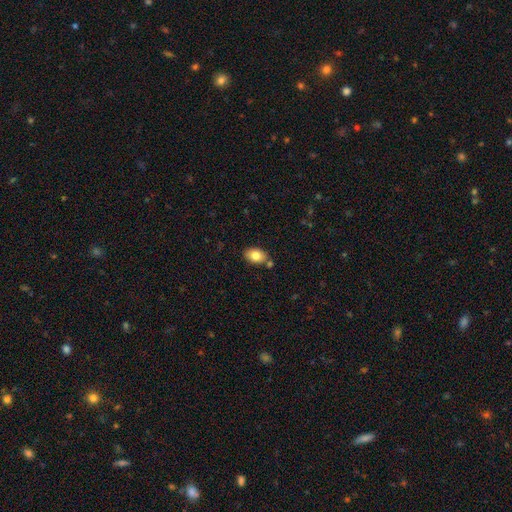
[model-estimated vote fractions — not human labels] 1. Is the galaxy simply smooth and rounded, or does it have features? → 82% smooth, 10% featured or disk, 8% star or artifact.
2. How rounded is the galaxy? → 85% in between, 14% round, 1% cigar-shaped.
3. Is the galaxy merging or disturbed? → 76% none, 13% minor disturbance, 8% merger, 3% major disturbance.